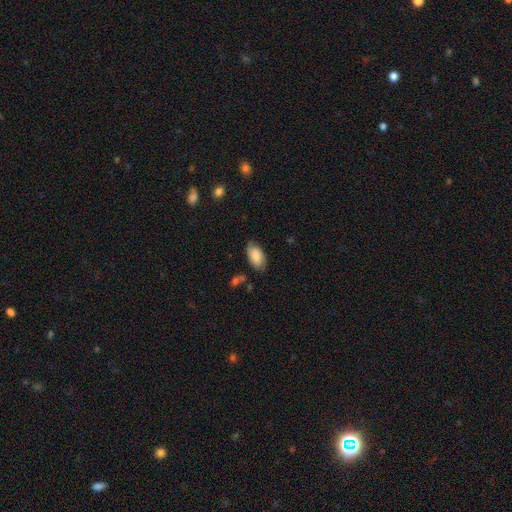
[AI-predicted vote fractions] This appears to be a smooth galaxy with no disk features (78%) that is in between round and cigar-shaped (94%). Merging: none (64%).